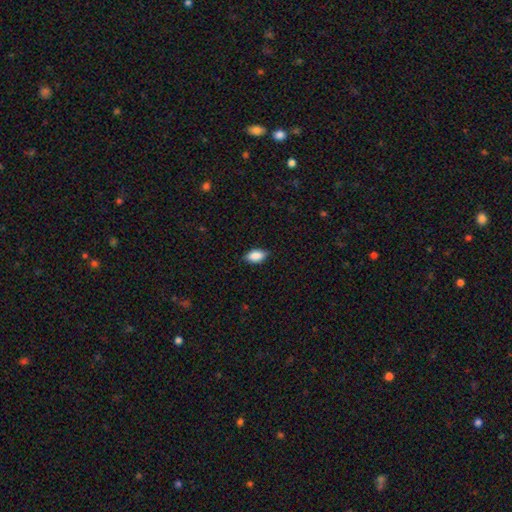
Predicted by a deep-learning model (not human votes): Q: Smooth or featured?
A: smooth (86%); runner-up: star or artifact (7%)
Q: How rounded?
A: in between (91%); runner-up: round (5%)
Q: Merging?
A: none (82%); runner-up: minor disturbance (15%)